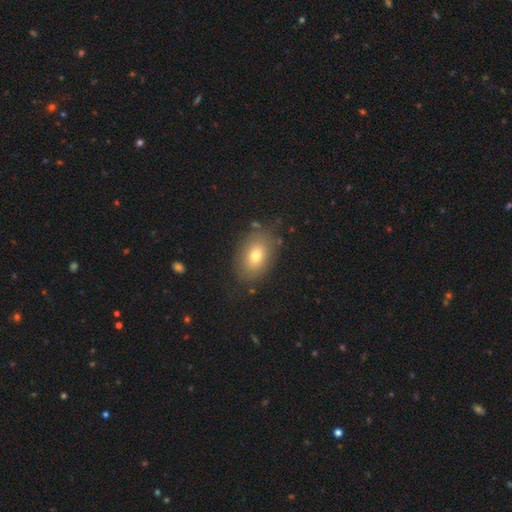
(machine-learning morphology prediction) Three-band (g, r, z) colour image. It shows a smooth galaxy with no disk features (74%) that is in between round and cigar-shaped (82%). Merging: none (81%).